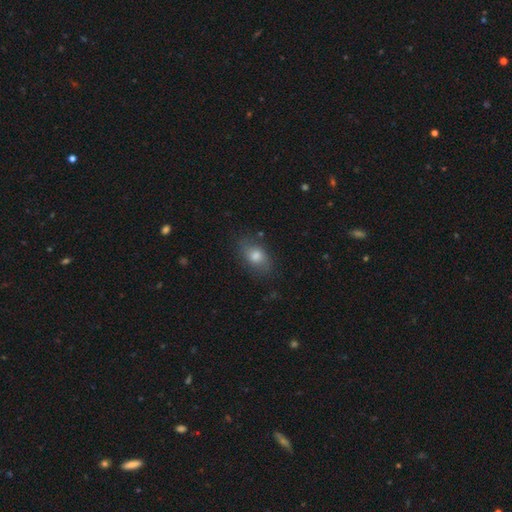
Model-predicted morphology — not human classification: Smooth or featured? Predicted: smooth (p=0.73). How rounded? Predicted: in between (p=0.79). Merging? Predicted: none (p=0.79).